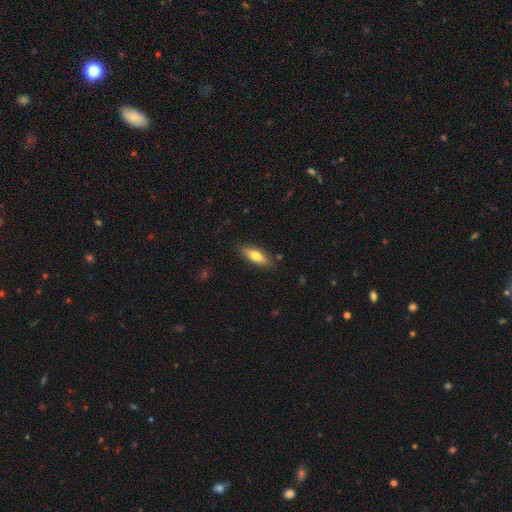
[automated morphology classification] Smooth or featured?
  - smooth: 72% *
  - featured or disk: 22%
  - star or artifact: 6%
How rounded?
  - in between: 61% *
  - cigar-shaped: 37%
  - round: 2%
Merging?
  - none: 83% *
  - minor disturbance: 13%
  - major disturbance: 3%
  - merger: 2%